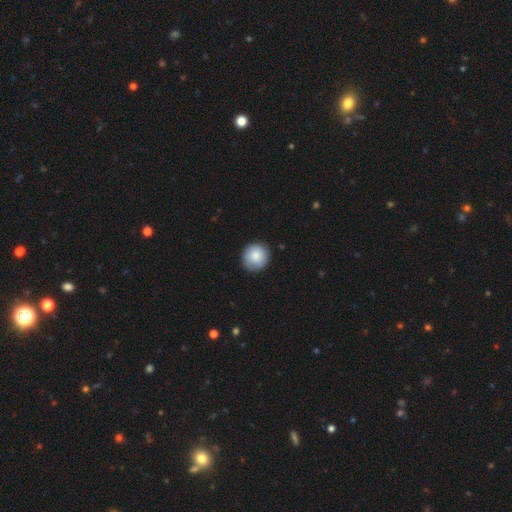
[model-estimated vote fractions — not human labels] smooth-or-featured: smooth: 85% | featured or disk: 8% | star or artifact: 7%
  how-rounded: round: 92% | in between: 7% | cigar-shaped: 1%
  merging: none: 87% | minor disturbance: 10% | major disturbance: 2% | merger: 1%